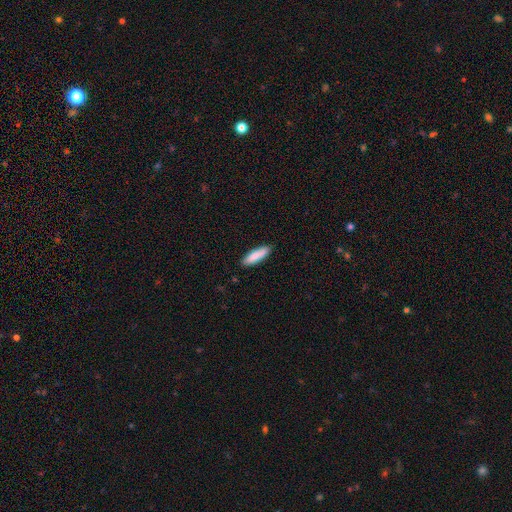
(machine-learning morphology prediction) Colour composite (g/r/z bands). It shows a smooth galaxy with no disk features (85%) that is cigar-shaped (60%). Merging: none (87%).